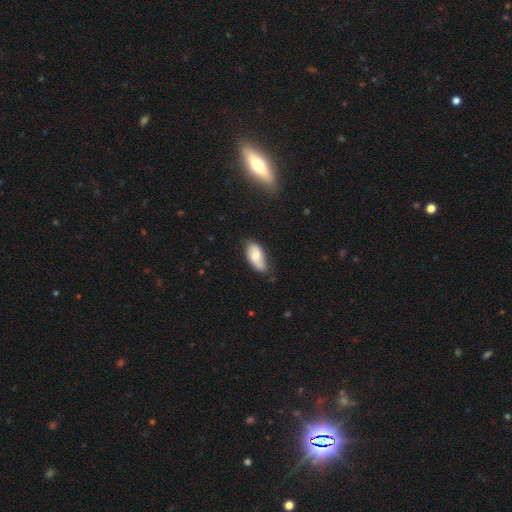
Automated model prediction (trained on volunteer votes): smooth_or_featured: smooth (p=0.63) [alt: featured or disk p=0.30]
how_rounded: in between (p=0.92) [alt: cigar-shaped p=0.05]
merging: none (p=0.63) [alt: minor disturbance p=0.29]